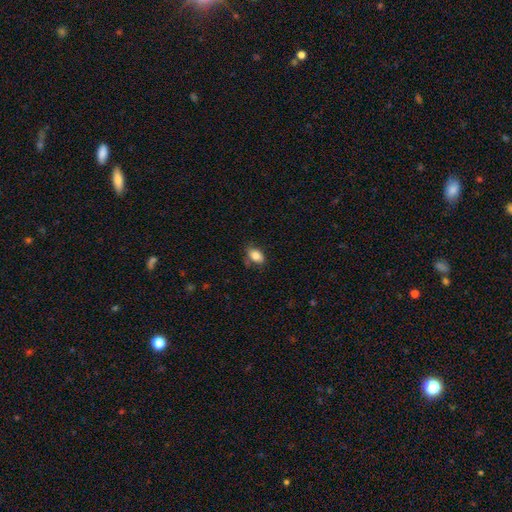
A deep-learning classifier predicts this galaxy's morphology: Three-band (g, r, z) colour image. It shows a smooth galaxy with no disk features (82%) that is in between round and cigar-shaped (86%). Merging: none (71%).